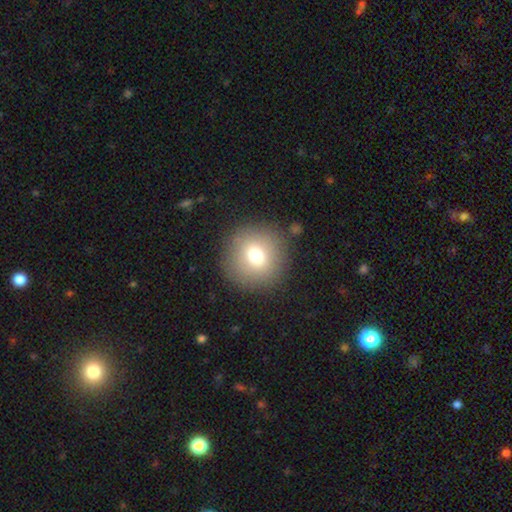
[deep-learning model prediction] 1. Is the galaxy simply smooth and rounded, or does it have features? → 73% smooth, 14% featured or disk, 12% star or artifact.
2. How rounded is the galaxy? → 94% round, 5% in between, 1% cigar-shaped.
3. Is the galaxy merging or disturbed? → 88% none, 7% minor disturbance, 3% major disturbance, 2% merger.